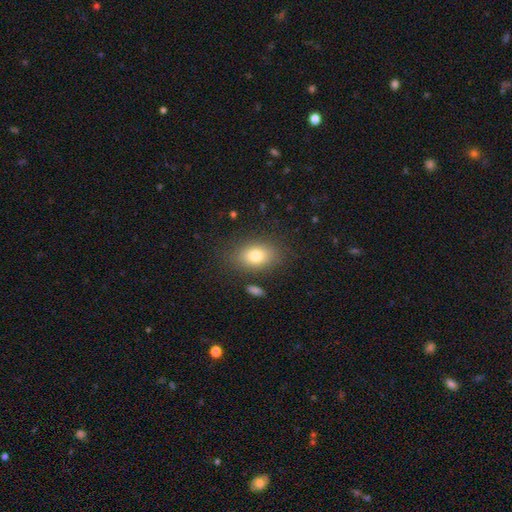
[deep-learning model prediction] Overall: smooth (79%). How rounded: in between (80%). Merging: none (81%).